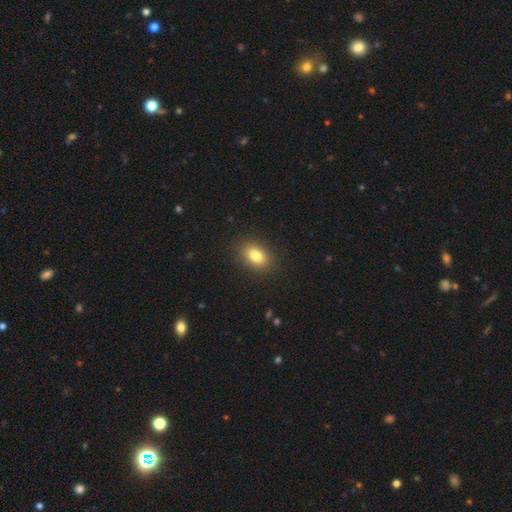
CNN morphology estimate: This is clearly a smooth galaxy (82%). How rounded: likely in between (79%). Merging: clearly none (89%).